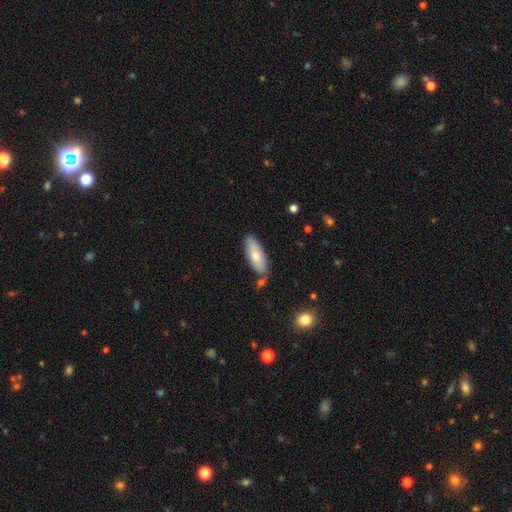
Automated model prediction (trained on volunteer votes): smooth_or_featured: smooth (p=0.69) [alt: featured or disk p=0.25]
how_rounded: in between (p=0.74) [alt: cigar-shaped p=0.24]
merging: none (p=0.70) [alt: minor disturbance p=0.17]